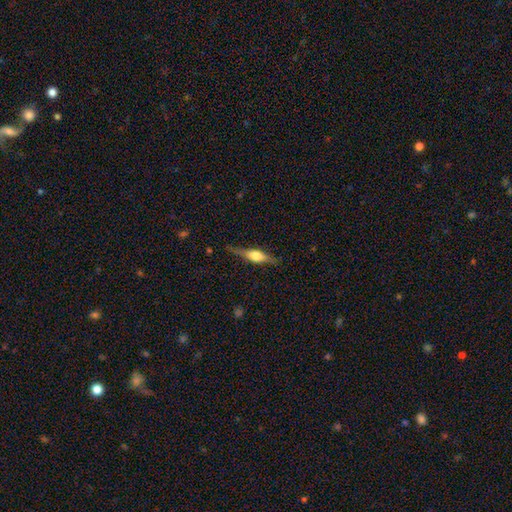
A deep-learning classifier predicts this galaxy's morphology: smooth_or_featured: featured or disk (p=0.60) [alt: smooth p=0.34]
disk_edge_on: yes (p=0.95) [alt: no p=0.05]
edge_on_bulge: rounded (p=0.86) [alt: boxy p=0.11]
merging: none (p=0.75) [alt: minor disturbance p=0.18]